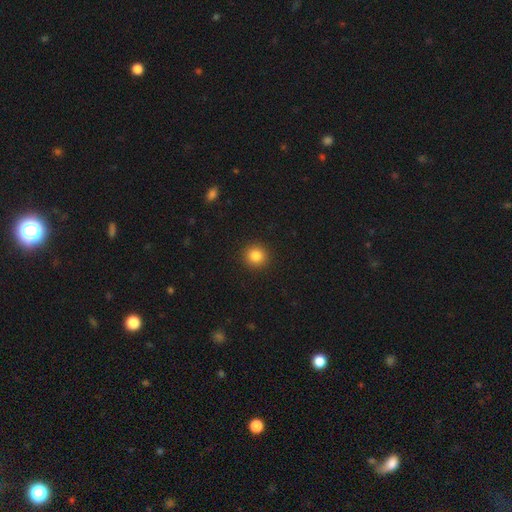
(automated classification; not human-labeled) smooth-or-featured: smooth: 84% | star or artifact: 11% | featured or disk: 5%
  how-rounded: round: 93% | in between: 6% | cigar-shaped: 1%
  merging: none: 92% | minor disturbance: 5% | major disturbance: 2% | merger: 1%